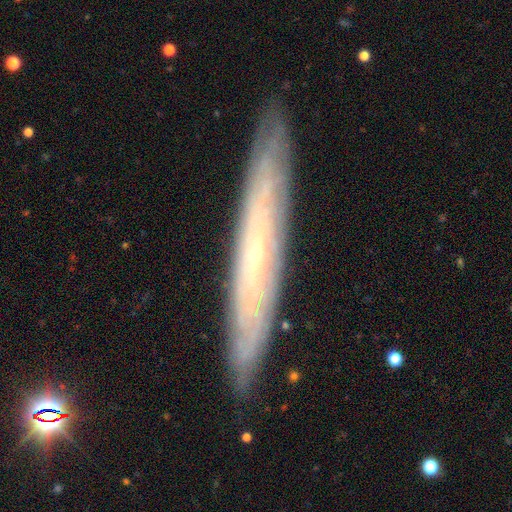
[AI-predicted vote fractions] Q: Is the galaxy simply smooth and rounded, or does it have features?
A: featured or disk — 70%.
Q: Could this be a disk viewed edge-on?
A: yes — 72%.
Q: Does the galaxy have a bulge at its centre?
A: none — 65%.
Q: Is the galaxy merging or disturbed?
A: none — 89%.